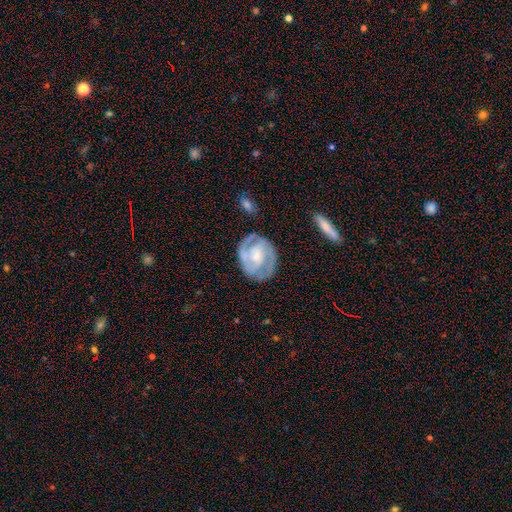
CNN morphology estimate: This appears to be a featured or disk galaxy (74%) with no bar (46%), 2 (48%) tight (48%) spiral arms (81%) and a small central bulge (49%). Merging: none (69%).